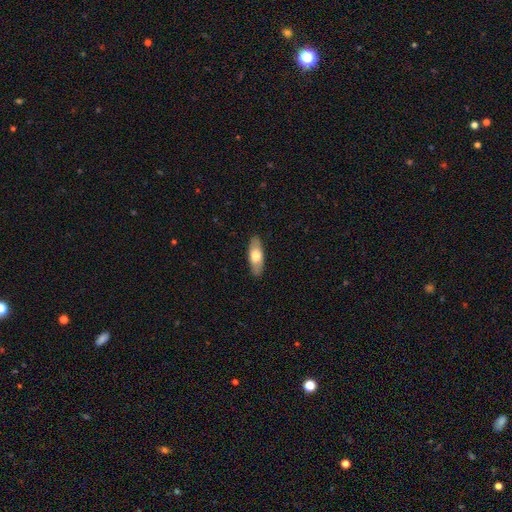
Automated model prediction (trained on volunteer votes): Smooth or featured? smooth (66%)
How rounded? in between (69%)
Merging? none (88%)